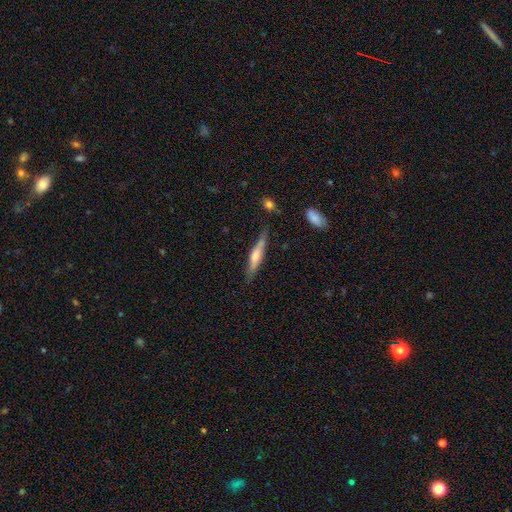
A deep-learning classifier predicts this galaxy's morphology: This is possibly a smooth galaxy (51%). How rounded: clearly cigar-shaped (87%). Merging: likely none (74%).